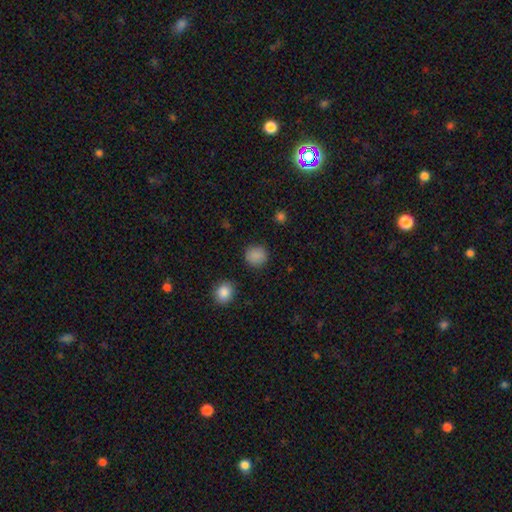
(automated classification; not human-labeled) Morphology: type=smooth (87%); roundness=round (90%); merging=none (88%).